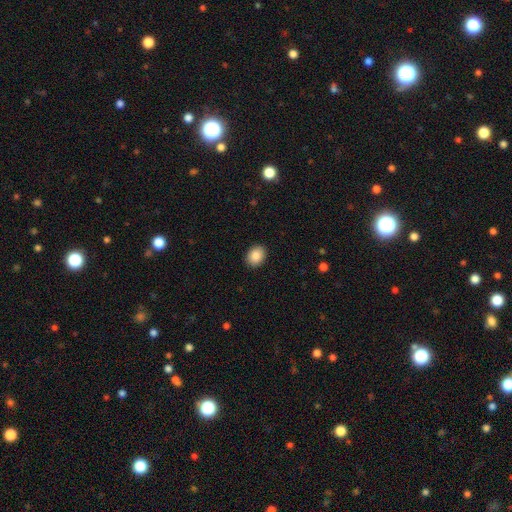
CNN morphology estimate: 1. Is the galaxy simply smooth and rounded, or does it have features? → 88% smooth, 8% star or artifact, 4% featured or disk.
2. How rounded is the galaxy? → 62% in between, 38% round, 1% cigar-shaped.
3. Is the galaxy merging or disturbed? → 90% none, 7% minor disturbance, 2% major disturbance, 1% merger.